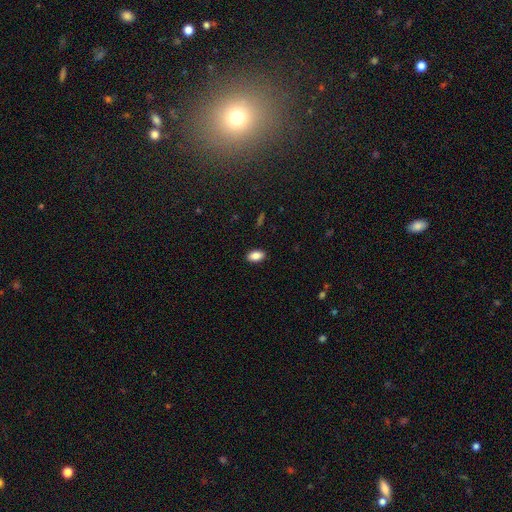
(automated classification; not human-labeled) This is clearly a smooth galaxy (87%). How rounded: clearly in between (91%). Merging: clearly none (89%).